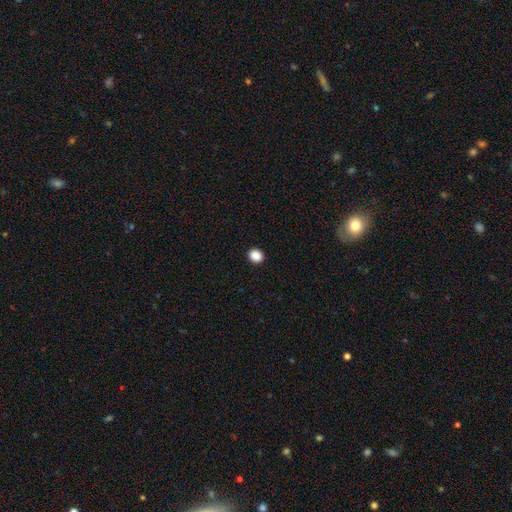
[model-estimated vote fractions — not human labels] This appears to be a smooth galaxy with no disk features (89%) that is round (70%). Merging: none (92%).